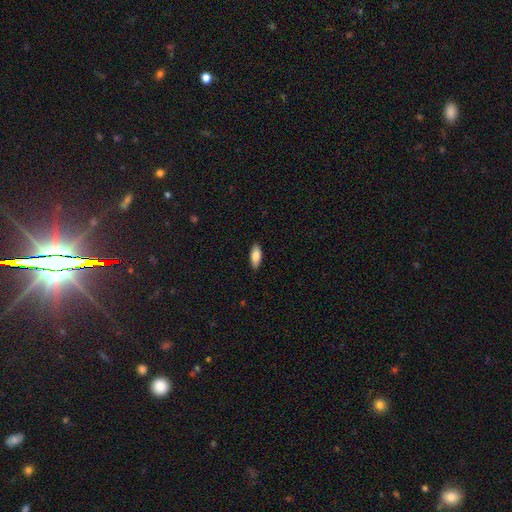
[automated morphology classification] smooth-or-featured: smooth: 83% | featured or disk: 11% | star or artifact: 6%
  how-rounded: in between: 79% | cigar-shaped: 19% | round: 2%
  merging: none: 89% | minor disturbance: 8% | major disturbance: 2% | merger: 1%